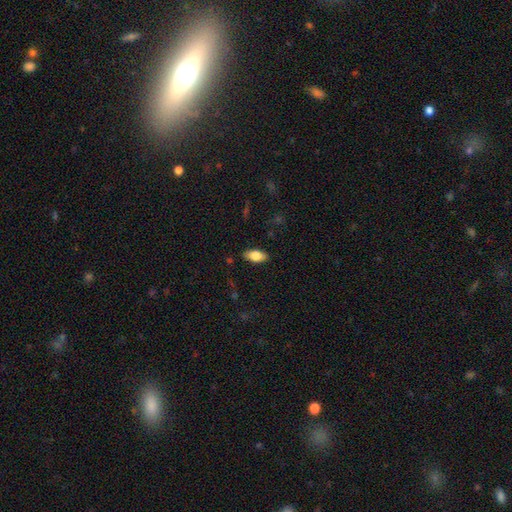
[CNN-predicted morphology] This is likely a smooth galaxy (78%). How rounded: clearly in between (89%). Merging: clearly none (87%).